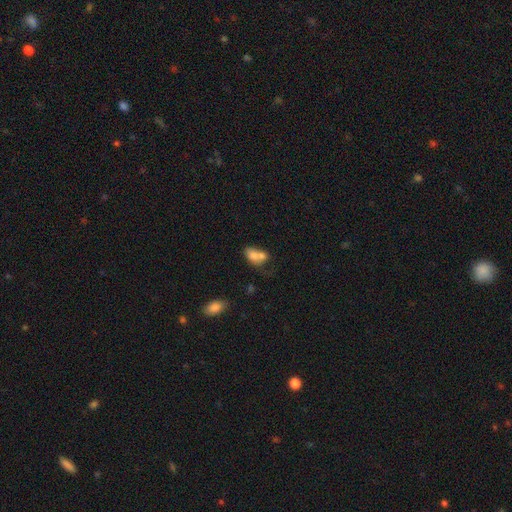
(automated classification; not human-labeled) Overall: smooth (73%). How rounded: in between (76%). Merging: merger (64%).